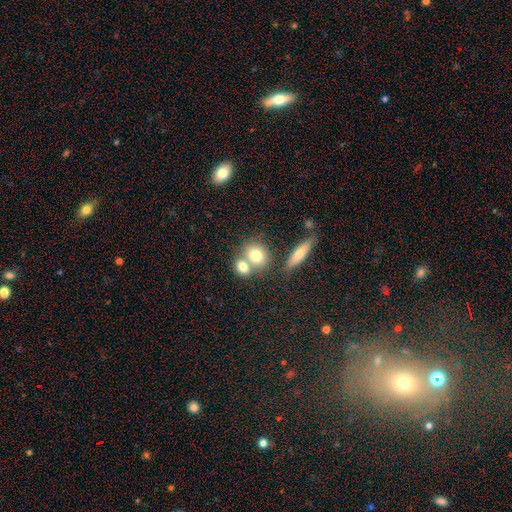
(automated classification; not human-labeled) Q: Smooth or featured?
A: smooth (75%); runner-up: featured or disk (16%)
Q: How rounded?
A: round (62%); runner-up: in between (35%)
Q: Merging?
A: merger (48%); runner-up: none (40%)